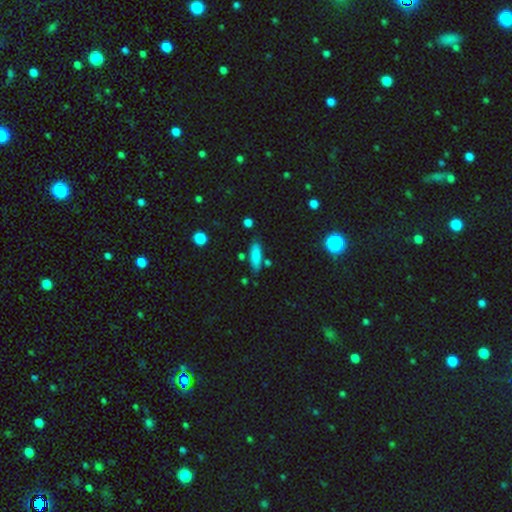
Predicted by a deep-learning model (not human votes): smooth_or_featured: smooth (p=0.81) [alt: featured or disk p=0.11]
how_rounded: cigar-shaped (p=0.59) [alt: in between p=0.39]
merging: none (p=0.78) [alt: minor disturbance p=0.14]